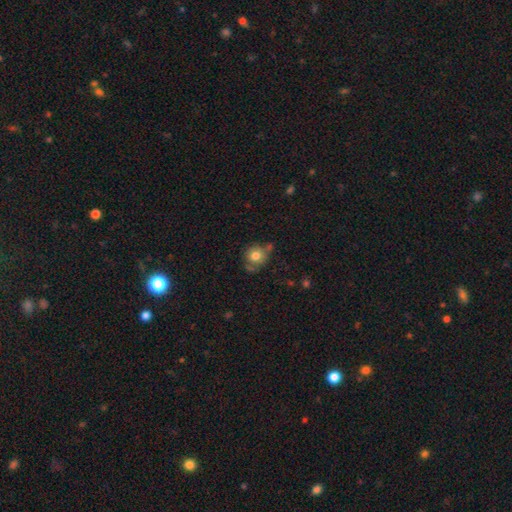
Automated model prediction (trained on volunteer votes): Smooth or featured? smooth (76%)
How rounded? round (81%)
Merging? none (59%)